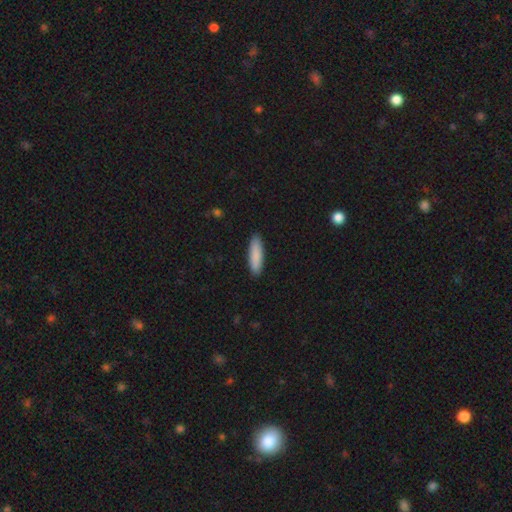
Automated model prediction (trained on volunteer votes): Smooth or featured: smooth — 88% (featured or disk — 7%)
How rounded: cigar-shaped — 65% (in between — 33%)
Merging: none — 90% (minor disturbance — 7%)